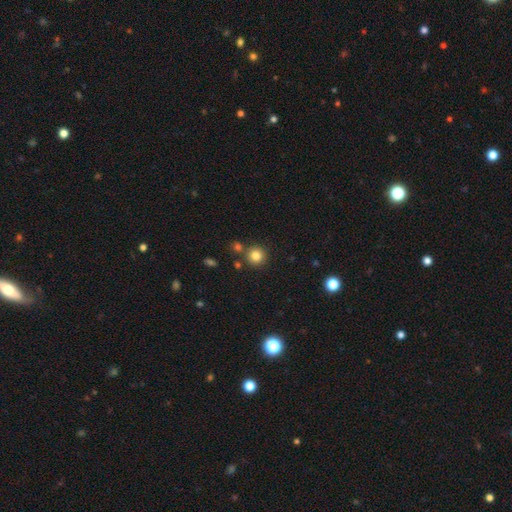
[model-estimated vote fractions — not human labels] Smooth or featured? Predicted: smooth (p=0.82). How rounded? Predicted: round (p=0.94). Merging? Predicted: none (p=0.80).